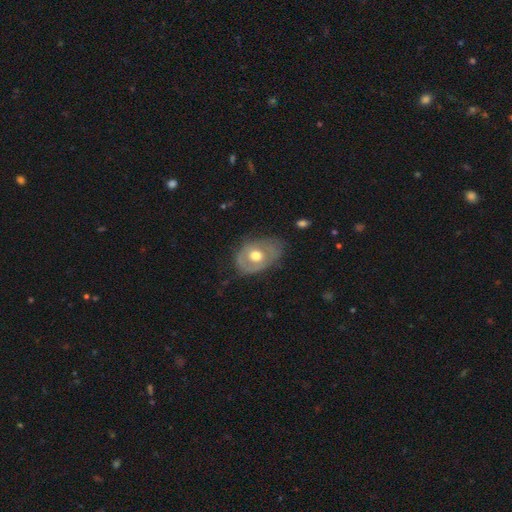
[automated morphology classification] Smooth or featured? Predicted: featured or disk (p=0.51). Edge-on disk? Predicted: no (p=0.92). Merging? Predicted: none (p=0.54).